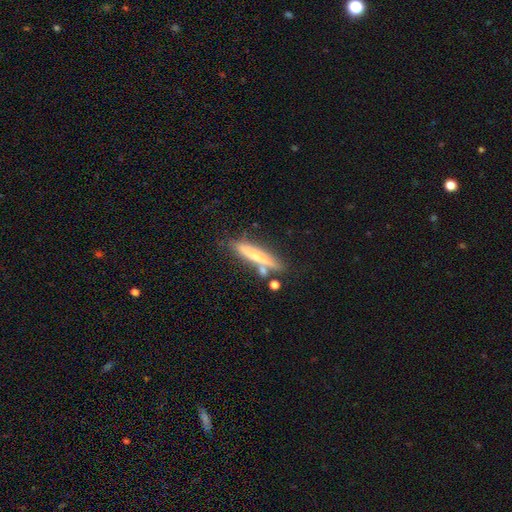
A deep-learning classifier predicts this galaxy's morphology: smooth-or-featured: smooth: 47% | featured or disk: 46% | star or artifact: 7%
  merging: none: 66% | minor disturbance: 16% | merger: 13% | major disturbance: 4%